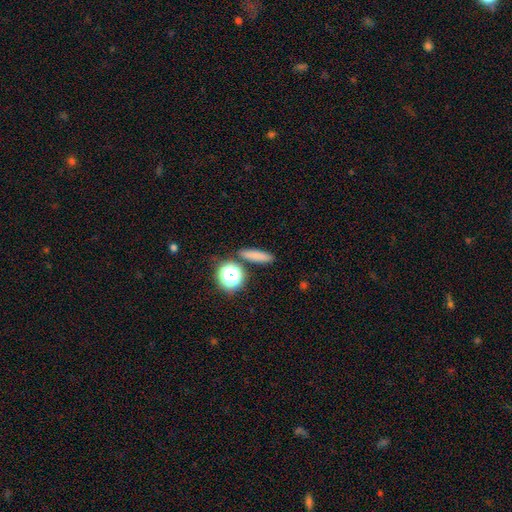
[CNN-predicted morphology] smooth 76%, star or artifact 15%, featured or disk 9%. Down the decision tree: how rounded — cigar-shaped (58%); merging — none (84%).